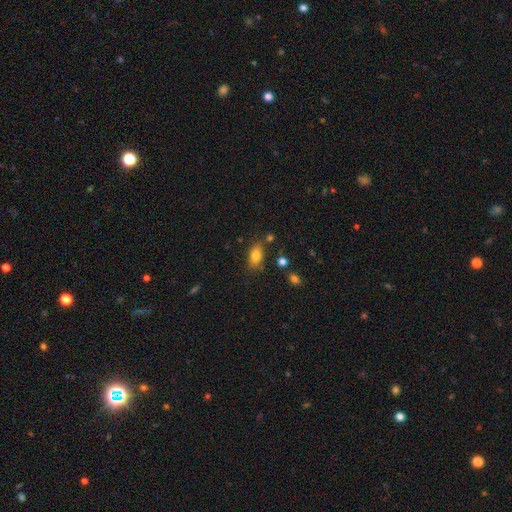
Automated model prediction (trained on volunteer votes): Morphology: type=smooth (81%); roundness=in between (87%); merging=none (78%).